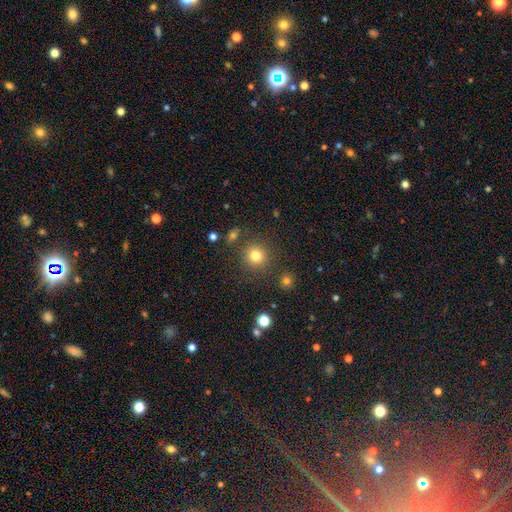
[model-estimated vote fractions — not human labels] smooth-or-featured: smooth: 80% | star or artifact: 13% | featured or disk: 7%
  how-rounded: round: 93% | in between: 6% | cigar-shaped: 1%
  merging: none: 84% | minor disturbance: 8% | merger: 4% | major disturbance: 3%